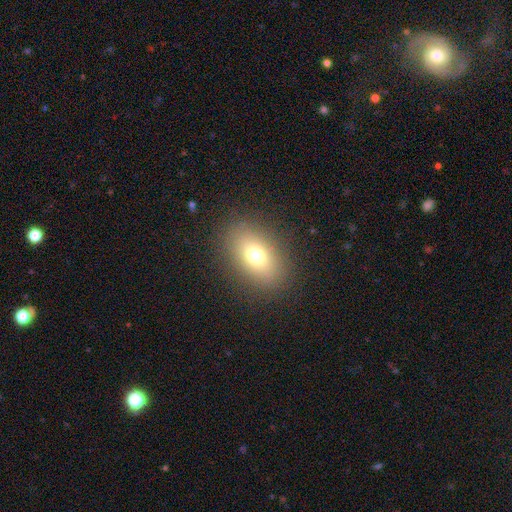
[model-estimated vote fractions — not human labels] Smooth or featured?
  - smooth: 72% *
  - featured or disk: 15%
  - star or artifact: 14%
How rounded?
  - in between: 79% *
  - round: 19%
  - cigar-shaped: 2%
Merging?
  - none: 87% *
  - minor disturbance: 8%
  - major disturbance: 4%
  - merger: 1%